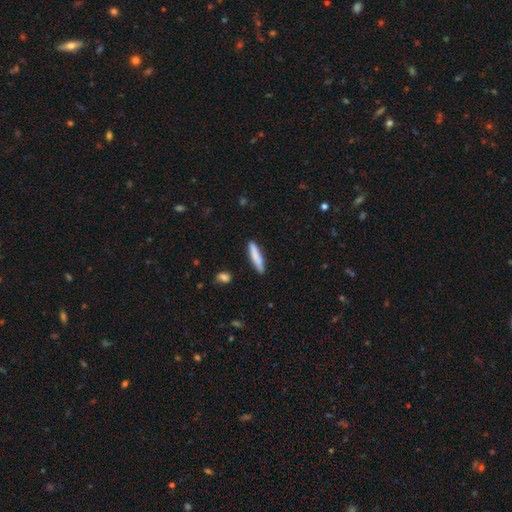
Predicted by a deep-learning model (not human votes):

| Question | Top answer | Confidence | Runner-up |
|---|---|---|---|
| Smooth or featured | smooth | 80% | featured or disk (14%) |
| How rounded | cigar-shaped | 88% | in between (11%) |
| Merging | none | 85% | minor disturbance (11%) |